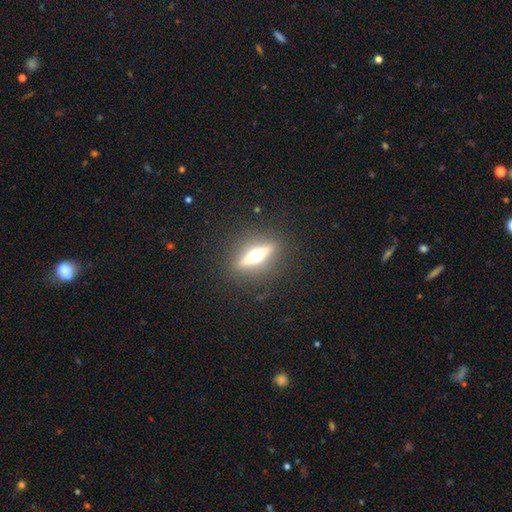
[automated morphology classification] type=featured or disk (72%); edge-on=yes (92%); edge-on bulge=rounded (96%); merging=none (88%).